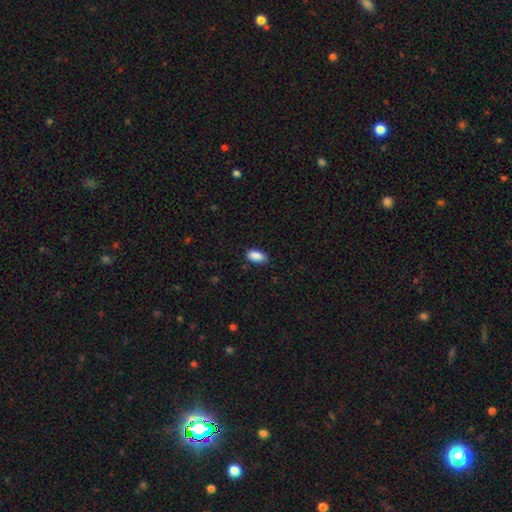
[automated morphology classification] This appears to be a smooth galaxy with no disk features (90%) that is in between round and cigar-shaped (92%). Merging: none (85%).